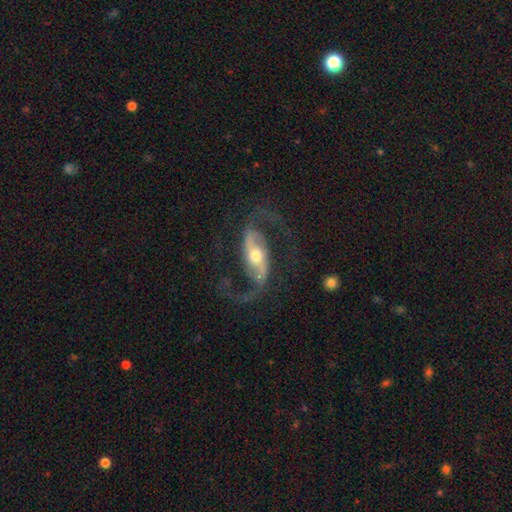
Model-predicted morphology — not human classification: type=featured or disk (89%); edge-on=no (94%); bar=strong (45%); spiral arms=yes (96%); winding=loose (64%); arm count=2 (94%); bulge=moderate (69%); merging=none (74%).